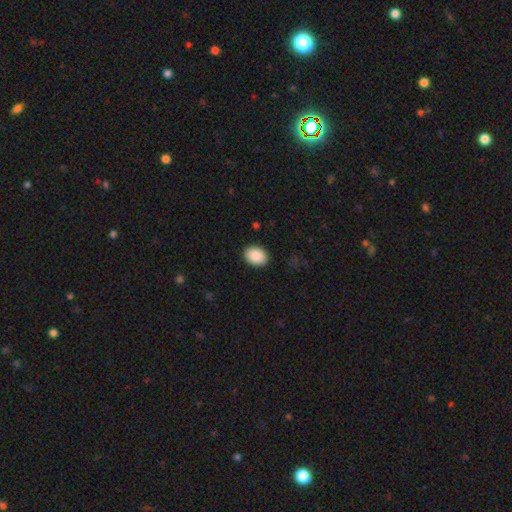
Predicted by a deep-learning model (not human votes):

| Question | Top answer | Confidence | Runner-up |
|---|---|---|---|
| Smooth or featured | smooth | 90% | star or artifact (7%) |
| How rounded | in between | 73% | round (26%) |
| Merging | none | 90% | minor disturbance (7%) |